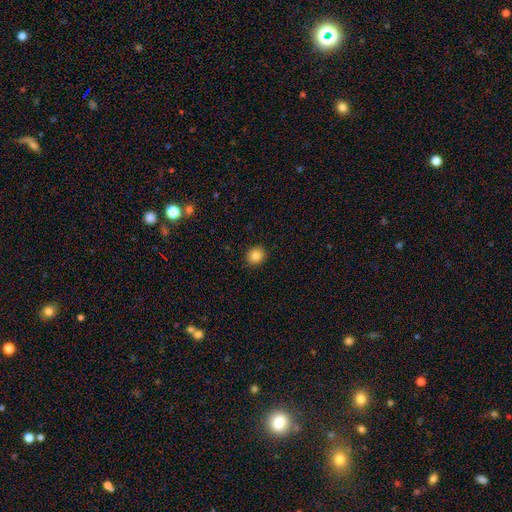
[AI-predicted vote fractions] smooth 85%, star or artifact 10%, featured or disk 5%. Down the decision tree: how rounded — round (85%); merging — none (91%).